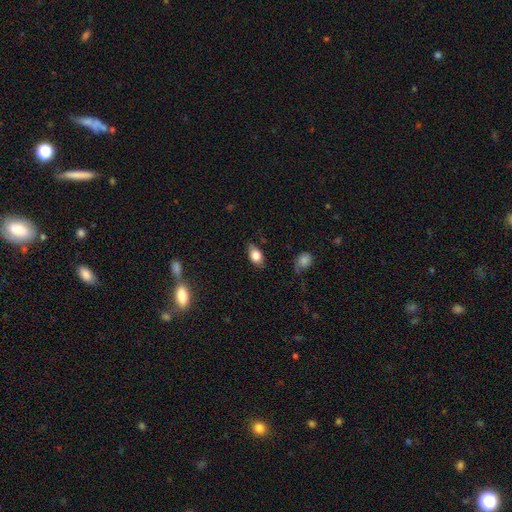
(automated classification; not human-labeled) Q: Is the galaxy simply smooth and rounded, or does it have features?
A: smooth — 80%.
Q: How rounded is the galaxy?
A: in between — 86%.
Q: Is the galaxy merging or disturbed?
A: none — 72%.